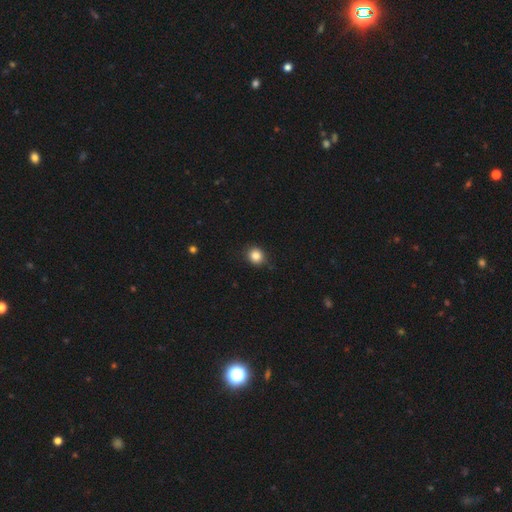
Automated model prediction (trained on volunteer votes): Smooth or featured?
  - smooth: 84% *
  - star or artifact: 11%
  - featured or disk: 5%
How rounded?
  - round: 77% *
  - in between: 22%
  - cigar-shaped: 1%
Merging?
  - none: 83% *
  - minor disturbance: 13%
  - major disturbance: 2%
  - merger: 1%